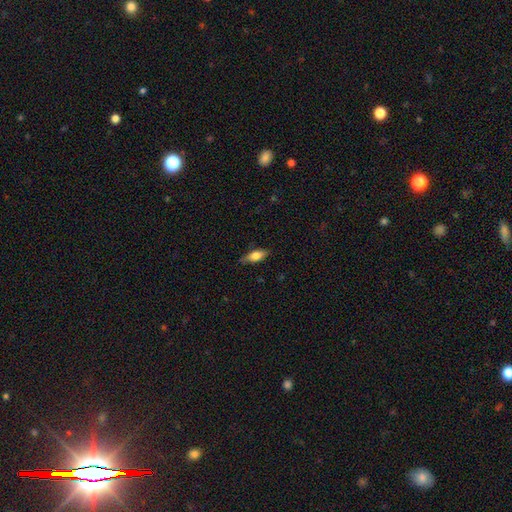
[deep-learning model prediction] smooth_or_featured: smooth (p=0.68) [alt: featured or disk p=0.25]
how_rounded: in between (p=0.72) [alt: cigar-shaped p=0.25]
merging: none (p=0.78) [alt: minor disturbance p=0.18]